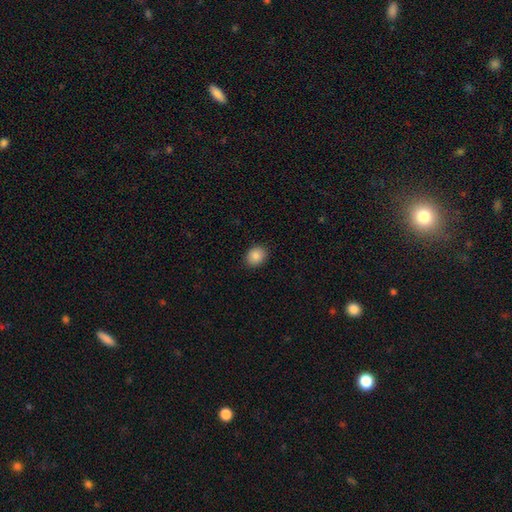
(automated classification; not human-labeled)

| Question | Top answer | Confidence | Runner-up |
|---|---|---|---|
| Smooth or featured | smooth | 87% | star or artifact (8%) |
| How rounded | in between | 54% | round (45%) |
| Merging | none | 88% | minor disturbance (9%) |